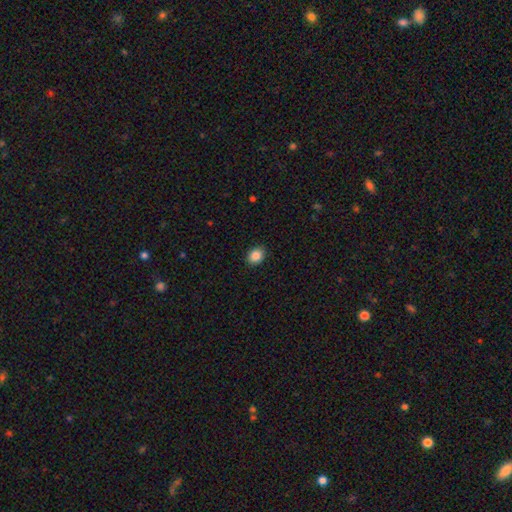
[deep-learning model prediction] Overall: smooth (86%). How rounded: in between (52%; round 47%). Merging: none (91%).